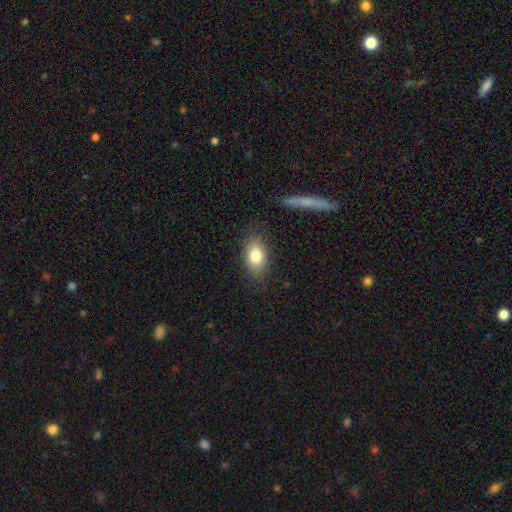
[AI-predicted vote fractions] A smooth galaxy with no disk features (80%) that is in between round and cigar-shaped (87%). Merging: none (82%).